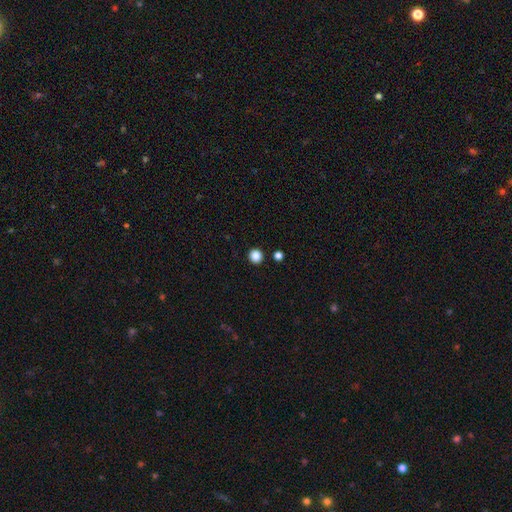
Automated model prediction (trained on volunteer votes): Smooth or featured? Predicted: smooth (p=0.86). How rounded? Predicted: round (p=0.95). Merging? Predicted: none (p=0.91).